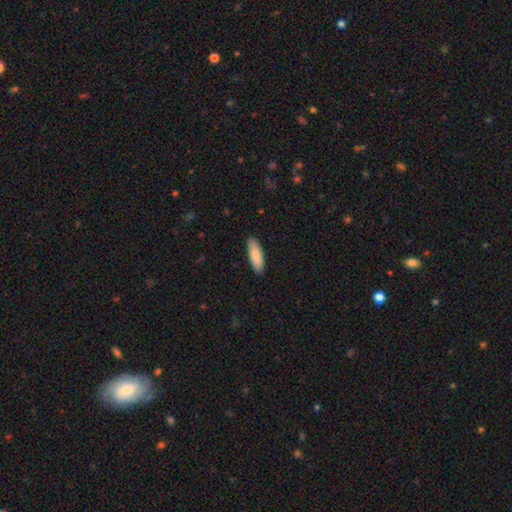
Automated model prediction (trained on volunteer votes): smooth 88%, featured or disk 7%, star or artifact 5%. Down the decision tree: how rounded — in between (51%); merging — none (89%).